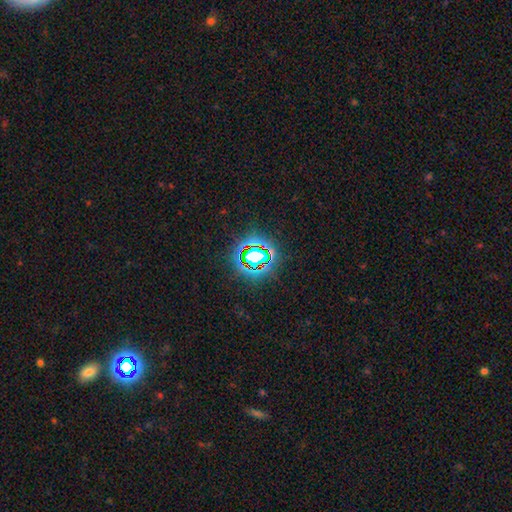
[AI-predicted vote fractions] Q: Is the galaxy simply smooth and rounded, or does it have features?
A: star or artifact — 71%.